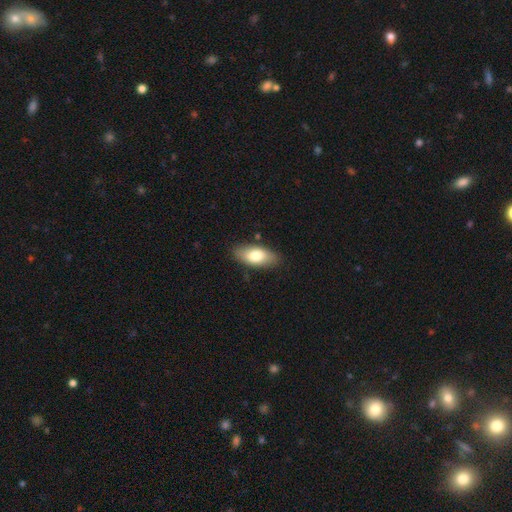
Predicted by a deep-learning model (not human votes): The model was most divided on "smooth or featured": smooth: 76%, featured or disk: 18%, star or artifact: 6%. More confident: how rounded — in between (87%); merging — none (84%).